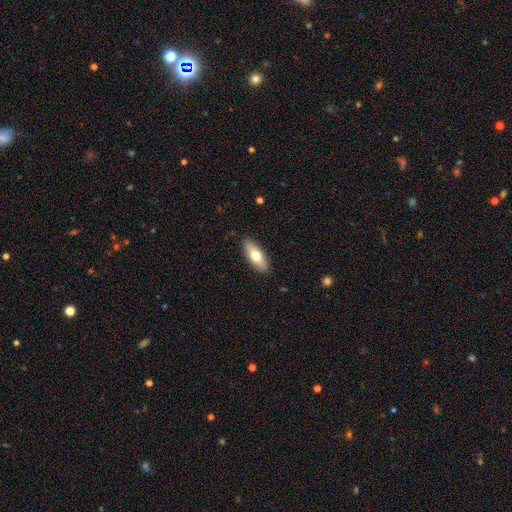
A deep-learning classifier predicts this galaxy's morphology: smooth 69%, featured or disk 25%, star or artifact 6%. Down the decision tree: how rounded — in between (76%); merging — none (89%).